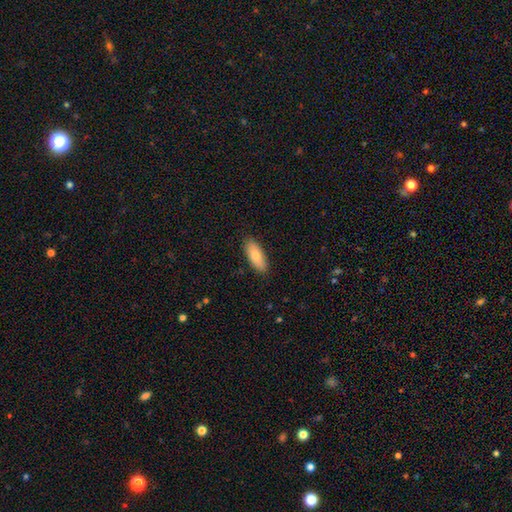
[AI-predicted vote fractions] This appears to be a smooth galaxy with no disk features (79%) that is in between round and cigar-shaped (77%). Merging: none (88%).